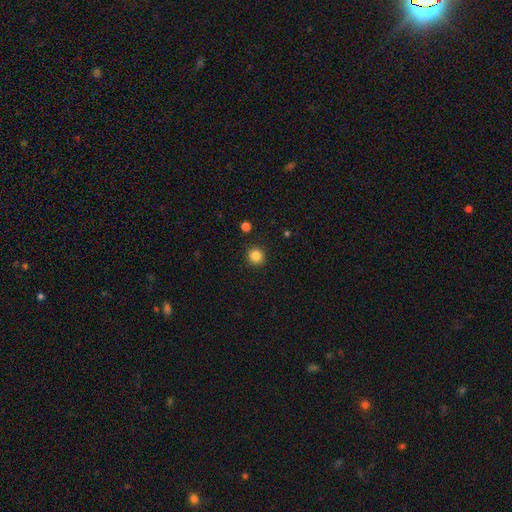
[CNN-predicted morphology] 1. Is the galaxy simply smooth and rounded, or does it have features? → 85% smooth, 11% star or artifact, 4% featured or disk.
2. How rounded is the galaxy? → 92% round, 7% in between, 1% cigar-shaped.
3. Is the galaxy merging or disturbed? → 91% none, 5% minor disturbance, 2% major disturbance, 2% merger.